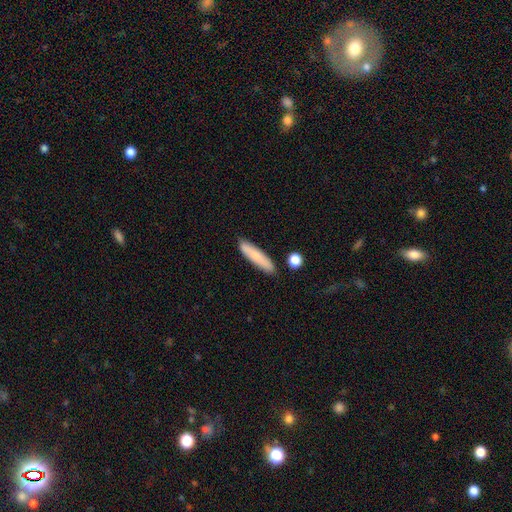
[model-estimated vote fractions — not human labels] A smooth galaxy with no disk features (77%) that is cigar-shaped (81%).

Vote fractions:
- Smooth or featured? smooth: 77% / featured or disk: 17% / star or artifact: 6%
- How rounded? cigar-shaped: 81% / in between: 17% / round: 2%
- Merging? none: 85% / minor disturbance: 10% / merger: 3% / major disturbance: 2%